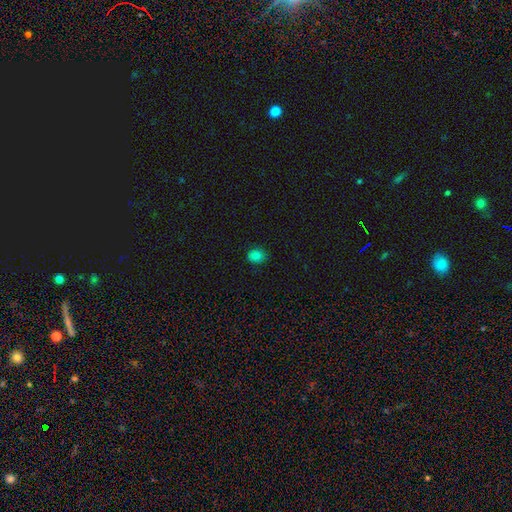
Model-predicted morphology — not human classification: smooth_or_featured: smooth (p=0.83) [alt: star or artifact p=0.13]
how_rounded: round (p=0.55) [alt: in between p=0.44]
merging: none (p=0.84) [alt: minor disturbance p=0.13]